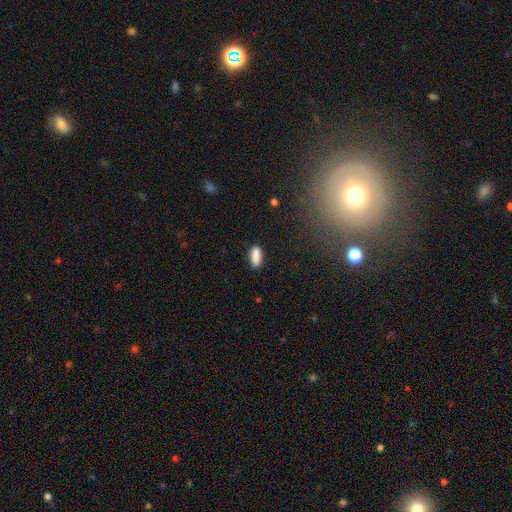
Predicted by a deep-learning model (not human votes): Smooth or featured: smooth — 89% (star or artifact — 7%)
How rounded: in between — 76% (cigar-shaped — 22%)
Merging: none — 85% (minor disturbance — 11%)